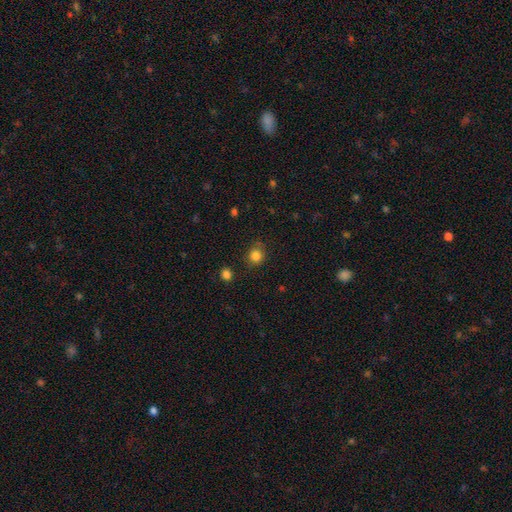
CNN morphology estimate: smooth_or_featured: smooth (p=0.83) [alt: star or artifact p=0.13]
how_rounded: round (p=0.85) [alt: in between p=0.14]
merging: none (p=0.82) [alt: minor disturbance p=0.12]